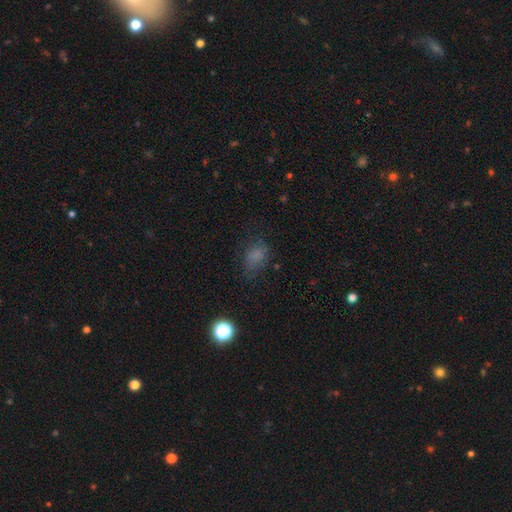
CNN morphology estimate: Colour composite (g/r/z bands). It shows a smooth galaxy with no disk features (70%) that is in between round and cigar-shaped (69%). Merging: none (57%).